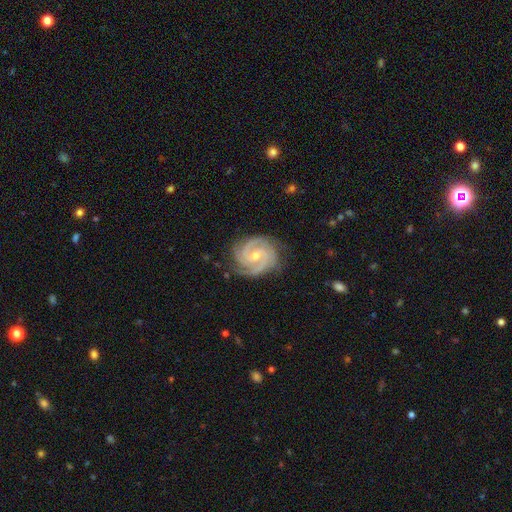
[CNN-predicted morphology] Smooth or featured? featured or disk (92%)
Edge-on disk? no (98%)
Bar? no (48%)
Spiral arms? yes (99%)
Spiral winding? tight (65%)
Spiral arm count? 3 (55%)
Bulge size? small (56%)
Merging? none (81%)